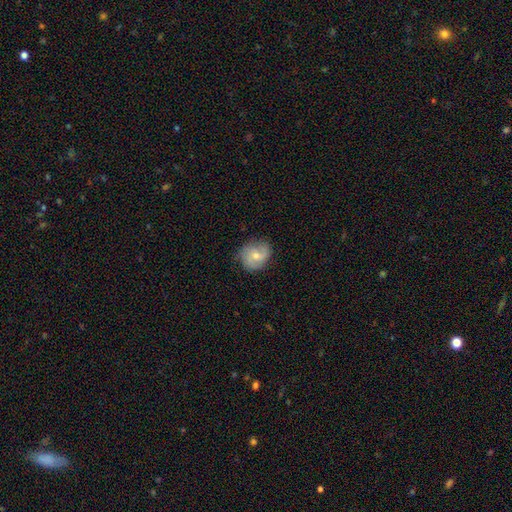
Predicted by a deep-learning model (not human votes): Overall: featured or disk (47%; smooth 45%). Merging: none (73%).